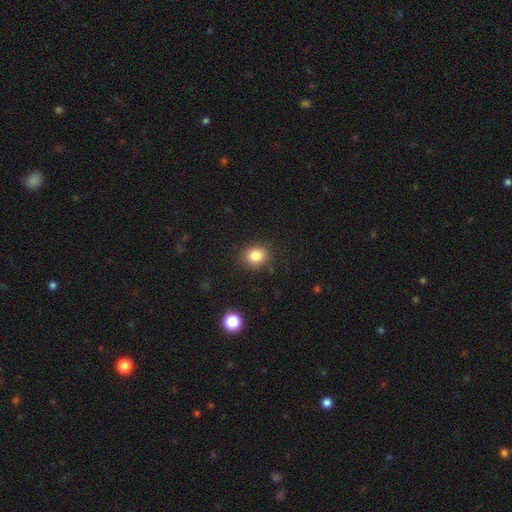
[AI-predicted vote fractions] This appears to be a smooth galaxy with no disk features (84%) that is round (71%). Merging: none (85%).